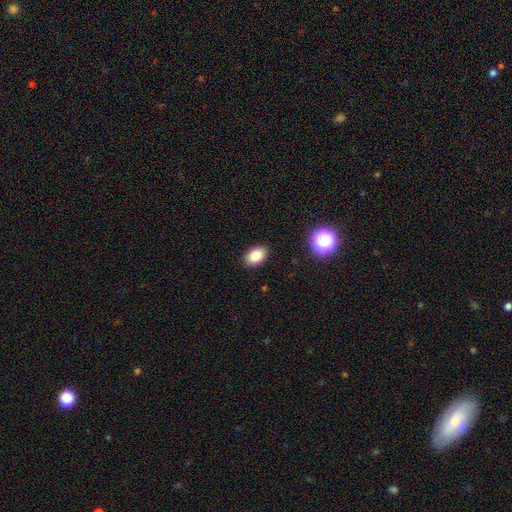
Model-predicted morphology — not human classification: Smooth or featured? smooth (84%)
How rounded? in between (87%)
Merging? none (89%)